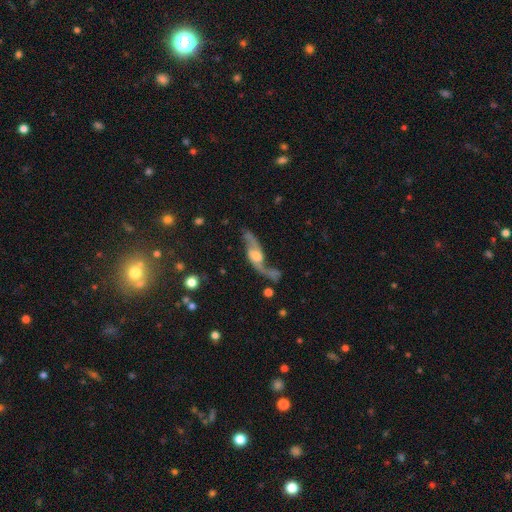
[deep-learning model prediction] featured or disk 85%, smooth 10%, star or artifact 6%. Down the decision tree: edge-on disk — no (86%); bar — weak (45%); spiral arms — yes (94%); spiral arm count — 2 (91%); spiral winding — loose (82%); bulge size — moderate (49%); merging — none (57%).